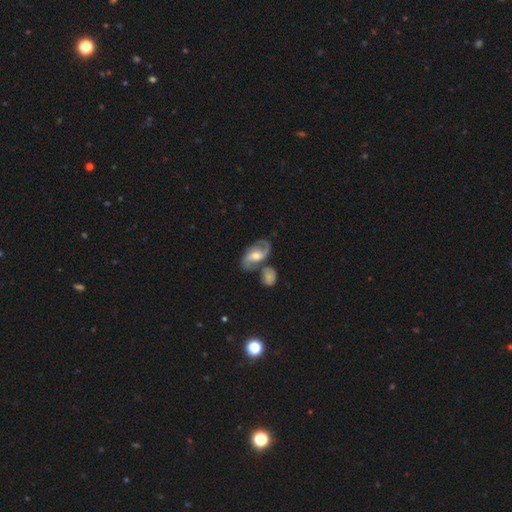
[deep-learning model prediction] featured or disk 78%, smooth 16%, star or artifact 6%. Down the decision tree: edge-on disk — no (96%); bar — weak (44%); spiral arms — yes (92%); spiral arm count — 2 (88%); spiral winding — medium (51%); bulge size — moderate (66%); merging — none (56%).